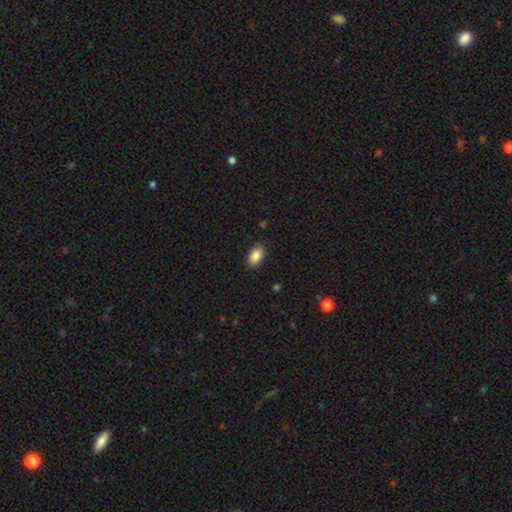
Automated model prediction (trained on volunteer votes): smooth-or-featured: smooth: 88% | star or artifact: 8% | featured or disk: 5%
  how-rounded: in between: 92% | round: 5% | cigar-shaped: 2%
  merging: none: 87% | minor disturbance: 10% | major disturbance: 2% | merger: 1%